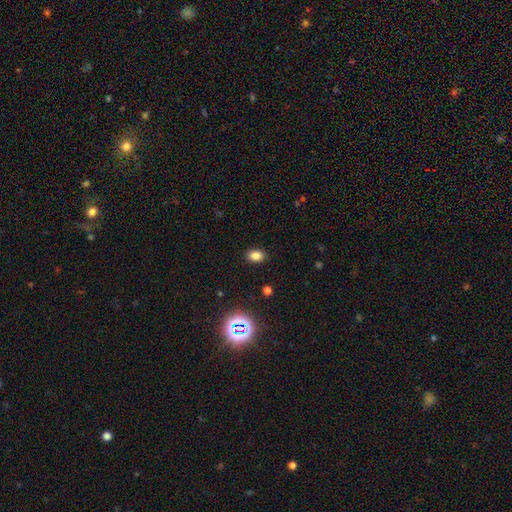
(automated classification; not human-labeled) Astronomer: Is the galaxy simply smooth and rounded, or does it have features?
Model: smooth — 81%.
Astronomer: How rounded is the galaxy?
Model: in between — 77%.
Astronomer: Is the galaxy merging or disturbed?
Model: none — 89%.